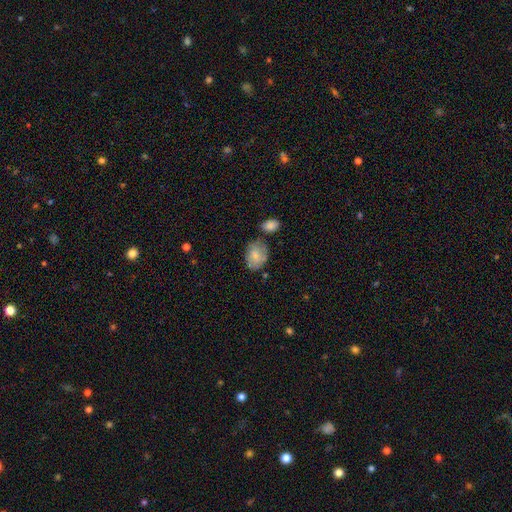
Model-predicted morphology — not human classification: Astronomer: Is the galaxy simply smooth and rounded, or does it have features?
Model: smooth — 76%.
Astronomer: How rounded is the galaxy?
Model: in between — 73%.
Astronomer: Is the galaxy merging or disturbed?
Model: none — 61%.